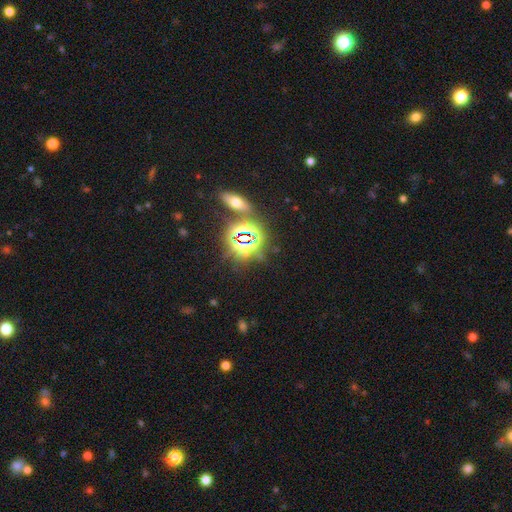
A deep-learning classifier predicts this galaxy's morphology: A star or artifact, not a galaxy (76%).